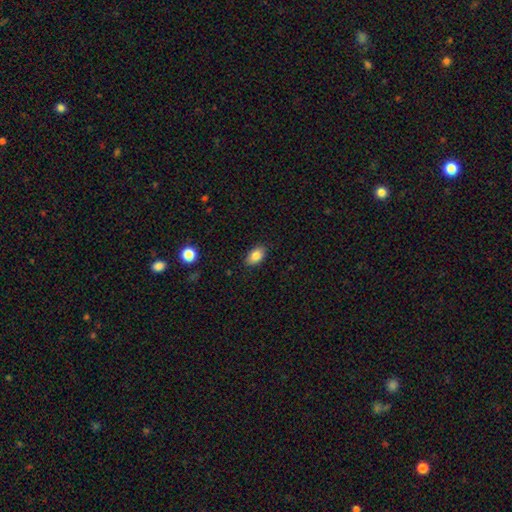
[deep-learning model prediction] A smooth galaxy with no disk features (85%) that is in between round and cigar-shaped (89%). Merging: none (87%).